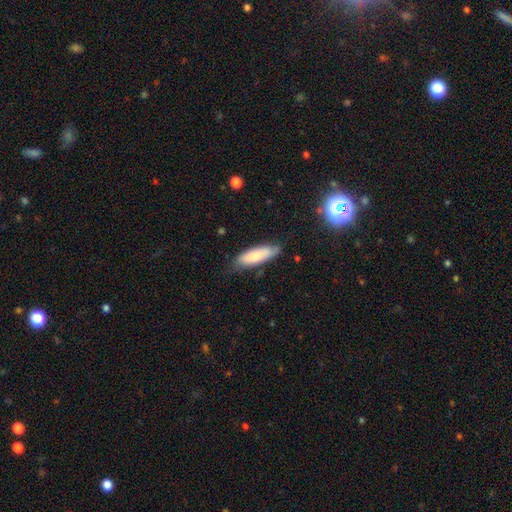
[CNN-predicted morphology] A smooth galaxy with no disk features (77%) that is in between round and cigar-shaped (54%).

Vote fractions:
- Smooth or featured? smooth: 77% / featured or disk: 17% / star or artifact: 6%
- How rounded? in between: 54% / cigar-shaped: 45% / round: 2%
- Merging? none: 71% / minor disturbance: 22% / major disturbance: 4% / merger: 2%